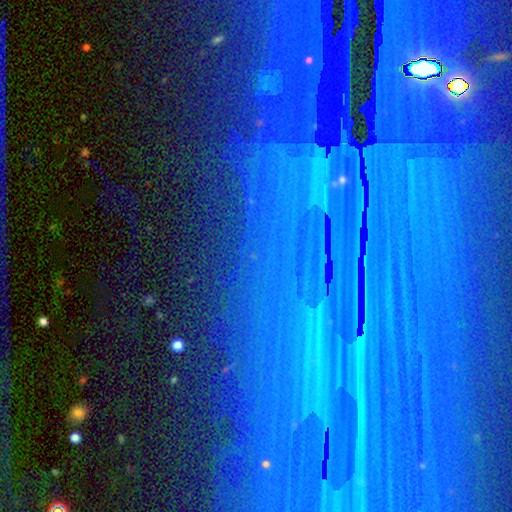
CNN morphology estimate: A star or artifact, not a galaxy (77%).